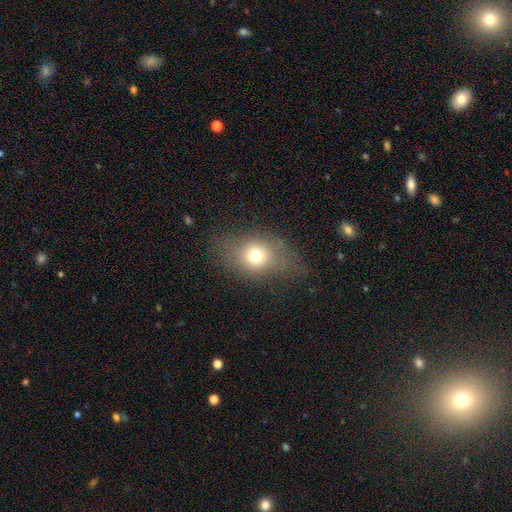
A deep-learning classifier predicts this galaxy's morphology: smooth-or-featured: smooth: 69% | featured or disk: 17% | star or artifact: 14%
  how-rounded: round: 49% (tied) | in between: 49% (tied) | cigar-shaped: 2%
  merging: none: 65% | minor disturbance: 20% | major disturbance: 13% | merger: 2%